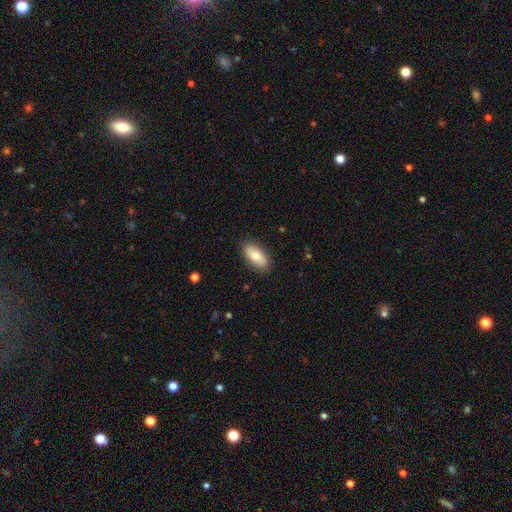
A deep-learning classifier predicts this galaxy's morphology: A smooth galaxy with no disk features (75%) that is in between round and cigar-shaped (89%).

Vote fractions:
- Smooth or featured? smooth: 75% / featured or disk: 18% / star or artifact: 6%
- How rounded? in between: 89% / cigar-shaped: 8% / round: 3%
- Merging? none: 87% / minor disturbance: 10% / major disturbance: 2% / merger: 1%